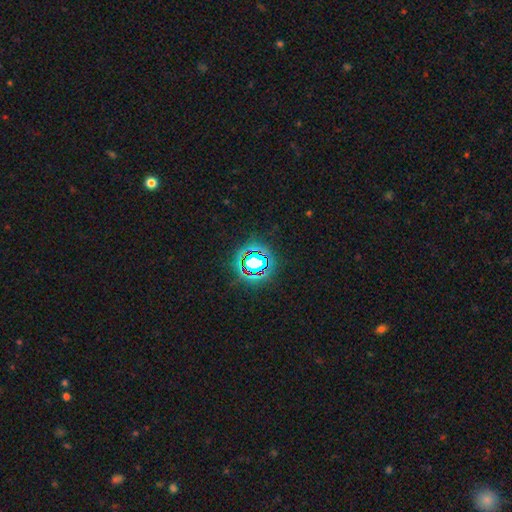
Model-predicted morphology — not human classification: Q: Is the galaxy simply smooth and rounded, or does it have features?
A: star or artifact — 81%.